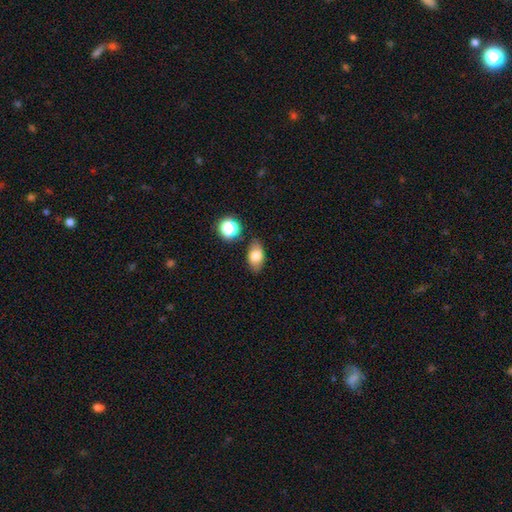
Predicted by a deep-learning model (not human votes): This is likely a smooth galaxy (77%). How rounded: clearly in between (88%). Merging: clearly none (81%).